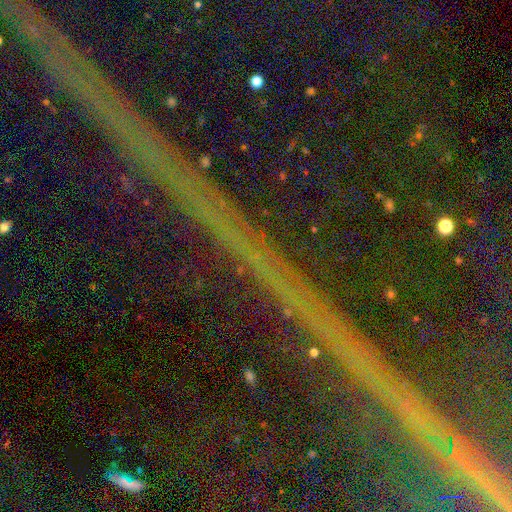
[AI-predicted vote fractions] smooth-or-featured: star or artifact: 84% | featured or disk: 10% | smooth: 7%